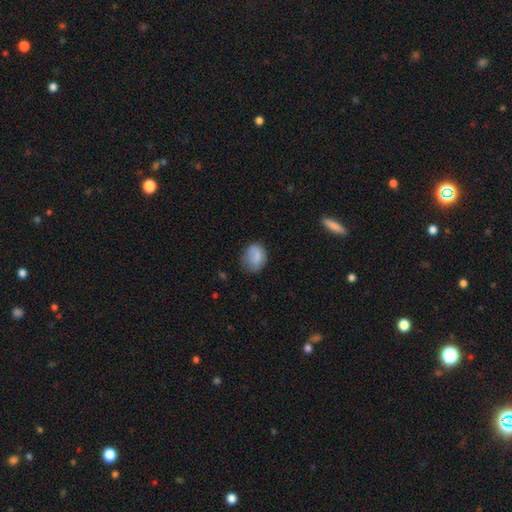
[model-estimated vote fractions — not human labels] This is clearly a smooth galaxy (80%). How rounded: possibly in between (52%). Merging: likely none (61%).